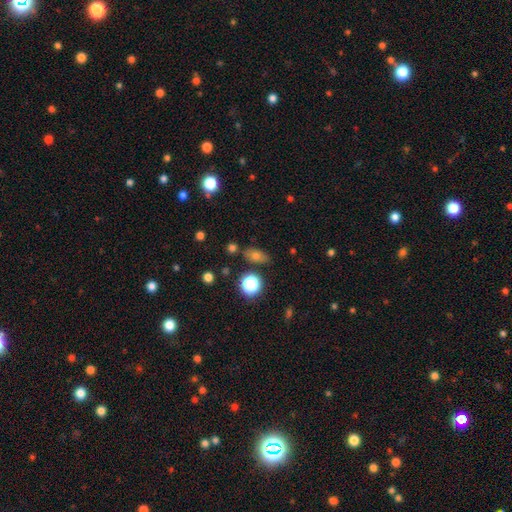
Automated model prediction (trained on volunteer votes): A smooth galaxy with no disk features (60%) that is in between round and cigar-shaped (70%).

Vote fractions:
- Smooth or featured? smooth: 60% / star or artifact: 24% / featured or disk: 16%
- How rounded? in between: 70% / round: 23% / cigar-shaped: 7%
- Merging? none: 80% / minor disturbance: 12% / merger: 5% / major disturbance: 3%